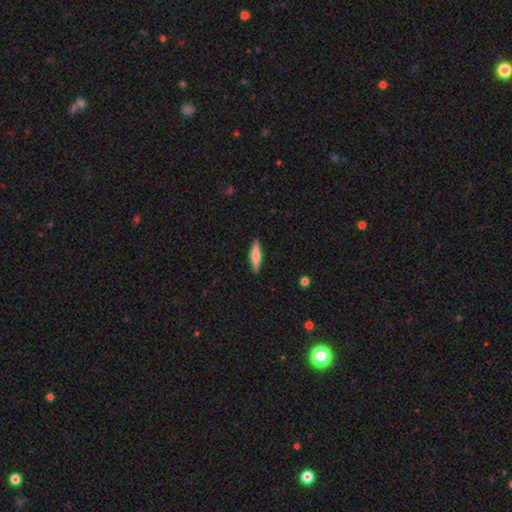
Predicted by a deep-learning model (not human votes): Morphology: type=smooth (56%); roundness=cigar-shaped (78%); merging=none (89%).